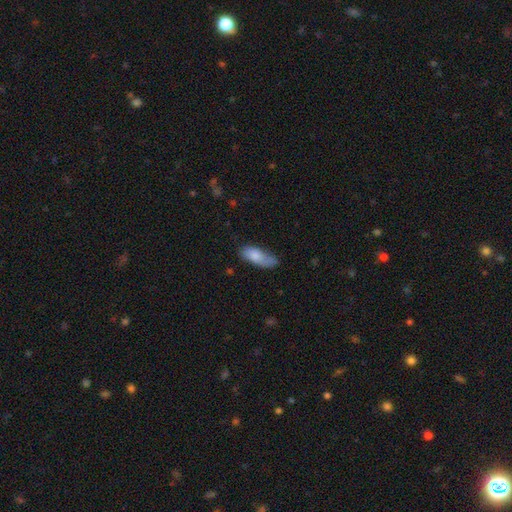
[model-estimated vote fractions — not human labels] smooth-or-featured: smooth: 80% | featured or disk: 13% | star or artifact: 6%
  how-rounded: in between: 77% | cigar-shaped: 21% | round: 2%
  merging: none: 47% | minor disturbance: 37% | major disturbance: 12% | merger: 4%